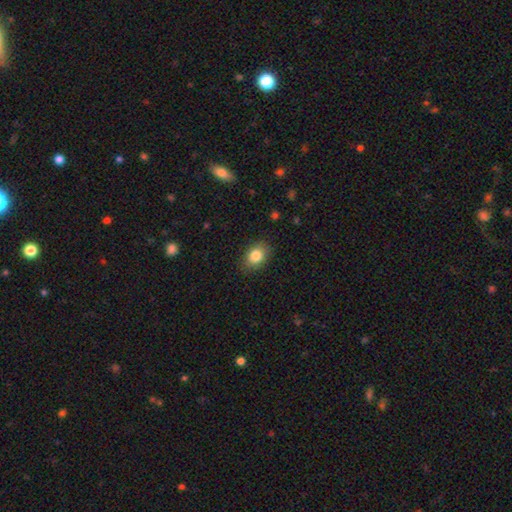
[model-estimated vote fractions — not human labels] Morphology: type=smooth (84%); roundness=in between (70%); merging=none (85%).